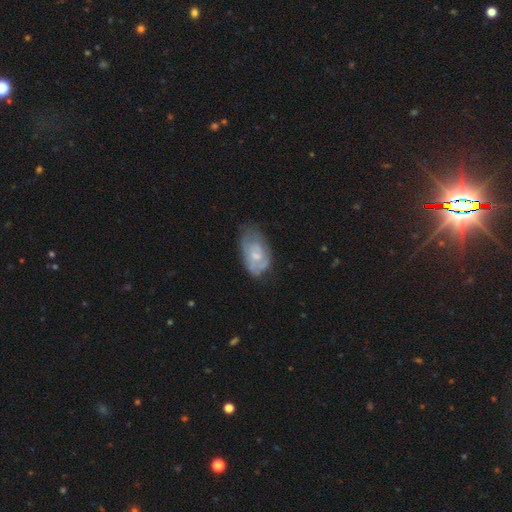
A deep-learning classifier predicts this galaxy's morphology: This appears to be a featured or disk galaxy (54%) with no bar (74%), spiral arms (56%) and a small central bulge (48%). Merging: none (47%).